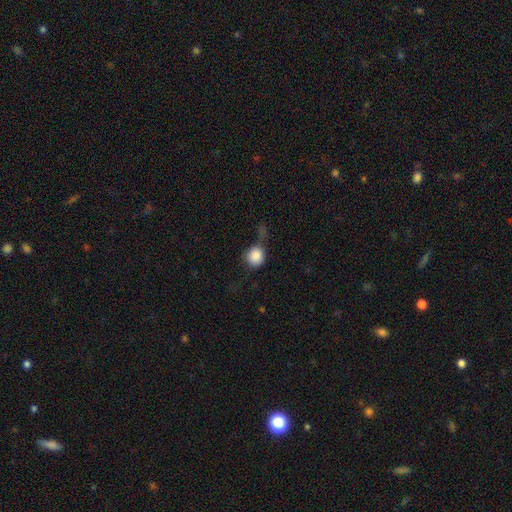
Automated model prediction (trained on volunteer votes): Smooth or featured? Predicted: smooth (p=0.84). How rounded? Predicted: round (p=0.86). Merging? Predicted: none (p=0.38).